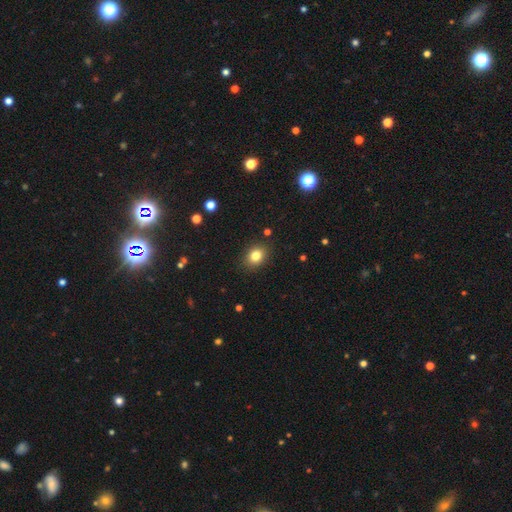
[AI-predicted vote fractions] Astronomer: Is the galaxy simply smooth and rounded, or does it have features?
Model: smooth — 82%.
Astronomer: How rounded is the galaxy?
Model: round — 52% (runner-up: in between, 47%).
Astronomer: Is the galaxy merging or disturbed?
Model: none — 88%.